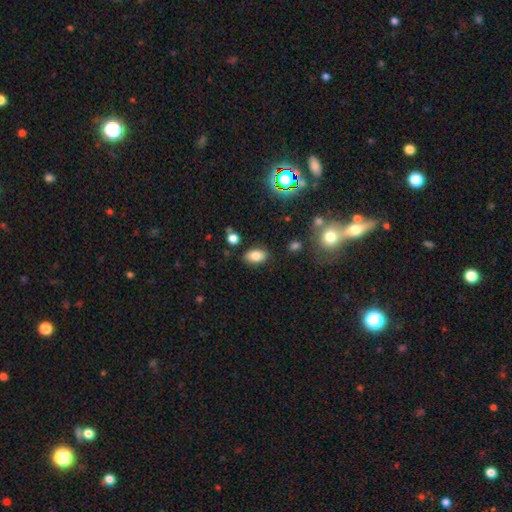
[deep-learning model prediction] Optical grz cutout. It shows a smooth galaxy with no disk features (79%) that is in between round and cigar-shaped (89%). Merging: none (83%).